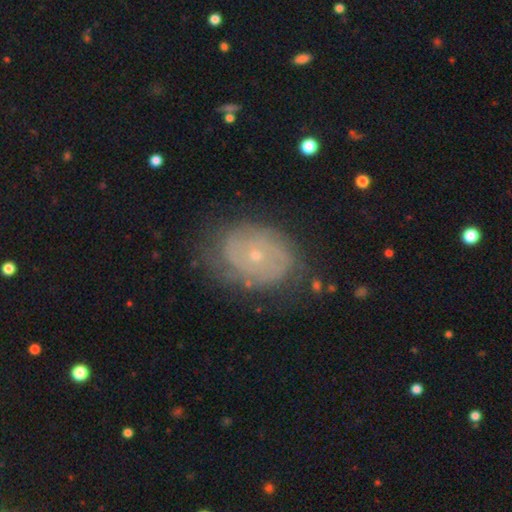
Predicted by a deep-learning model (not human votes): A featured or disk galaxy (73%) with no bar (81%), tight (70%) spiral arms (87%) and a small central bulge (78%).

Vote fractions:
- Smooth or featured? featured or disk: 73% / smooth: 19% / star or artifact: 8%
- Edge-on disk? no: 96% / yes: 4%
- Bar? no: 81% / weak: 16% / strong: 3%
- Spiral arms? yes: 87% / no: 13%
- Spiral winding? tight: 70% / medium: 23% / loose: 7%
- Spiral arm count? can't tell: 40% / 2: 34% / 3: 11% / 4: 5% / 1: 5% / more than 4: 4%
- Bulge size? small: 78% / moderate: 19% / none: 1% / large: 1% / dominant: 1%
- Merging? none: 75% / minor disturbance: 17% / major disturbance: 6% / merger: 1%